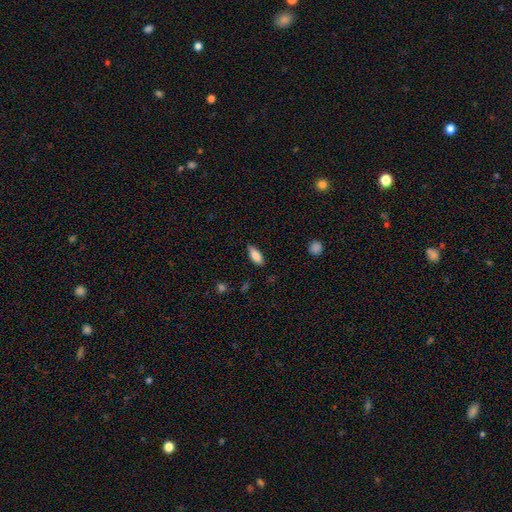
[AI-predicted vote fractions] Smooth or featured? Predicted: smooth (p=0.83). How rounded? Predicted: in between (p=0.78). Merging? Predicted: none (p=0.85).